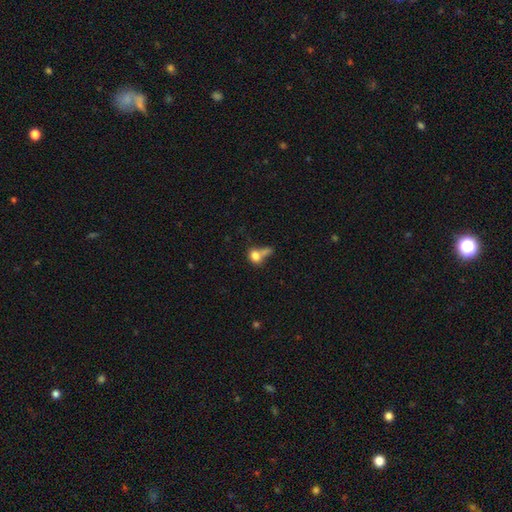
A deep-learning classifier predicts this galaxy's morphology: type=smooth (76%); roundness=round (56%); merging=merger (45%).